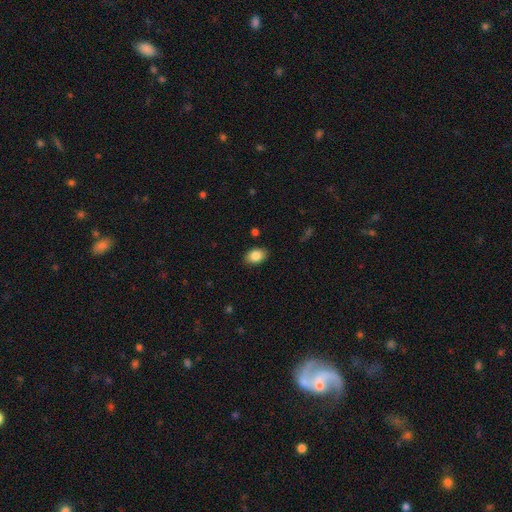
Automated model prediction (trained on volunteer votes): Morphology: type=smooth (85%); roundness=in between (81%); merging=none (87%).